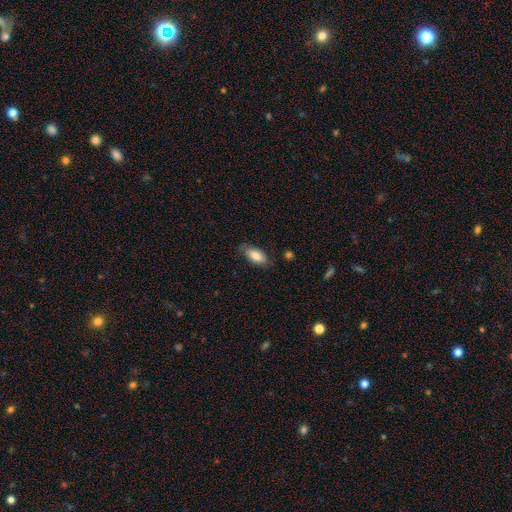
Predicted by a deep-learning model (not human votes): Overall: smooth (81%). How rounded: in between (89%). Merging: none (74%).